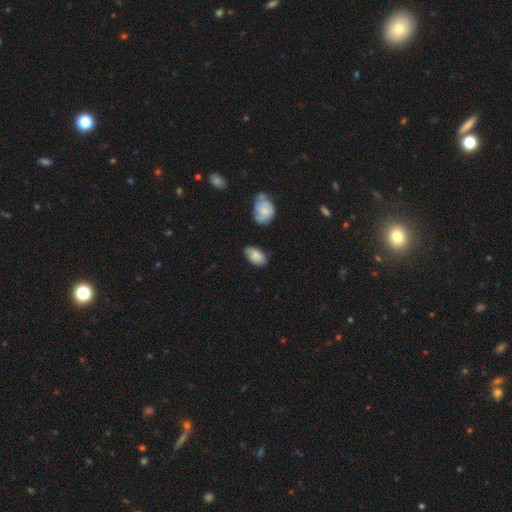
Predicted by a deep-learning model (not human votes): This appears to be a smooth galaxy with no disk features (73%) that is in between round and cigar-shaped (91%). Merging: none (65%).